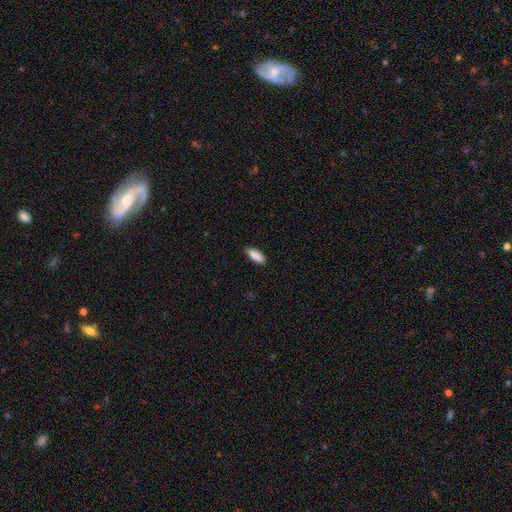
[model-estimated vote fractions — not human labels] smooth-or-featured: smooth: 90% | star or artifact: 6% | featured or disk: 5%
  how-rounded: in between: 76% | cigar-shaped: 23% | round: 2%
  merging: none: 89% | minor disturbance: 8% | major disturbance: 2% | merger: 1%